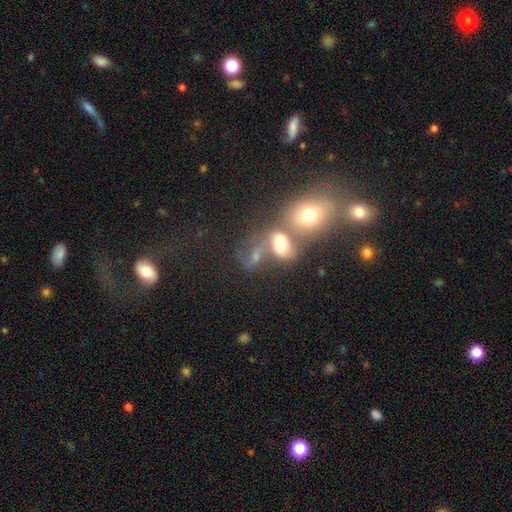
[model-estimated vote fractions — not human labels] Smooth or featured? smooth (46%)
Merging? merger (55%)